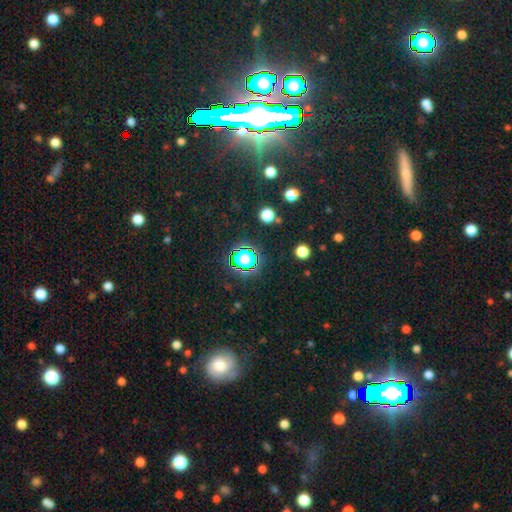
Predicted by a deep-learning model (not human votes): Overall: star or artifact (76%).